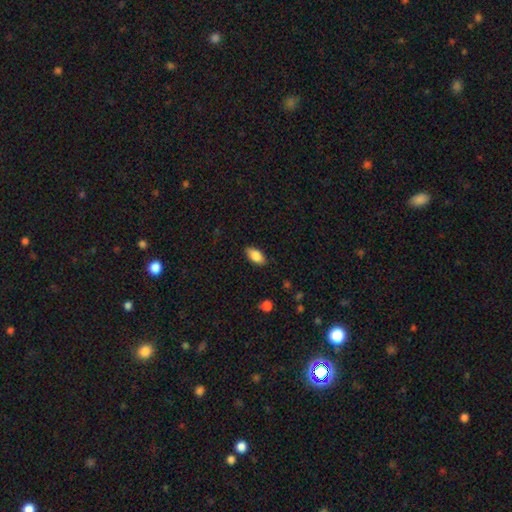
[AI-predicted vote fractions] A smooth galaxy with no disk features (81%) that is in between round and cigar-shaped (90%).

Vote fractions:
- Smooth or featured? smooth: 81% / featured or disk: 11% / star or artifact: 7%
- How rounded? in between: 90% / cigar-shaped: 6% / round: 4%
- Merging? none: 86% / minor disturbance: 11% / major disturbance: 2% / merger: 1%